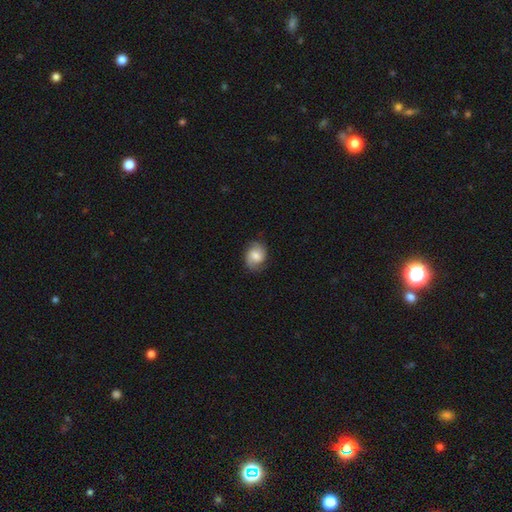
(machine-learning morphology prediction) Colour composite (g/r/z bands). It shows a smooth galaxy with no disk features (51%) that is in between round and cigar-shaped (53%). Merging: none (75%).